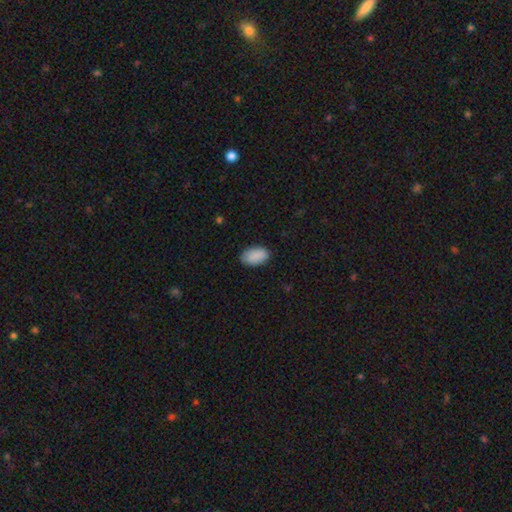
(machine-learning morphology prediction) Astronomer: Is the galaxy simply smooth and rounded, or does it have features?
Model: smooth — 90%.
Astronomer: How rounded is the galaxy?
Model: in between — 94%.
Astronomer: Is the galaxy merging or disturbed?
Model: none — 87%.